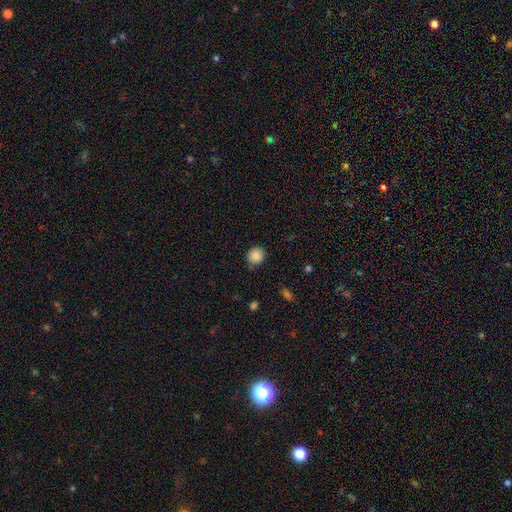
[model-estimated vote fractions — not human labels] This appears to be a smooth galaxy with no disk features (87%) that is round (86%). Merging: none (83%).